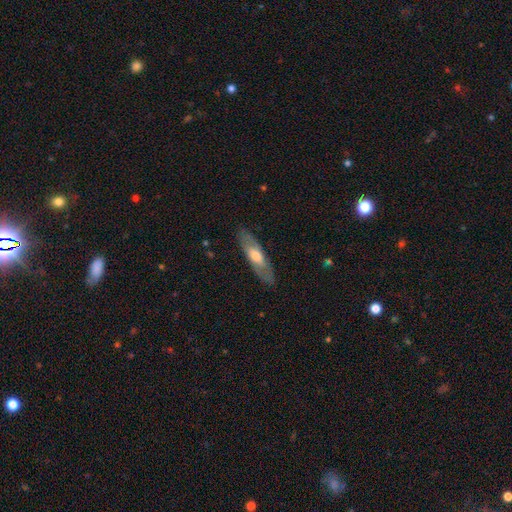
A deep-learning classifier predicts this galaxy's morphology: type=featured or disk (50%); merging=none (85%).